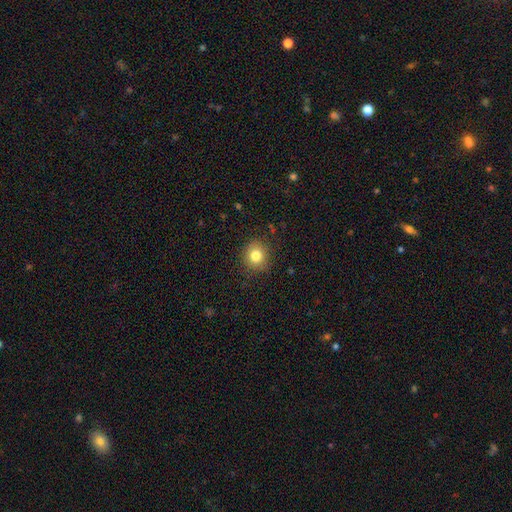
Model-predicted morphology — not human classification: smooth-or-featured: smooth: 81% | star or artifact: 11% | featured or disk: 8%
  how-rounded: round: 87% | in between: 12% | cigar-shaped: 1%
  merging: none: 88% | minor disturbance: 9% | major disturbance: 3% | merger: 1%